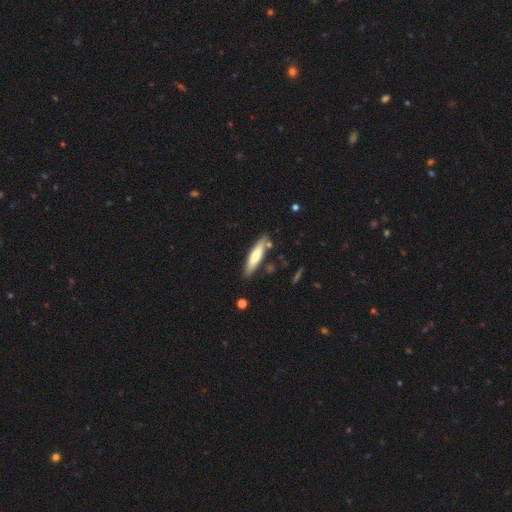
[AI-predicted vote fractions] This appears to be a smooth galaxy with no disk features (67%) that is cigar-shaped (78%). Merging: none (82%).